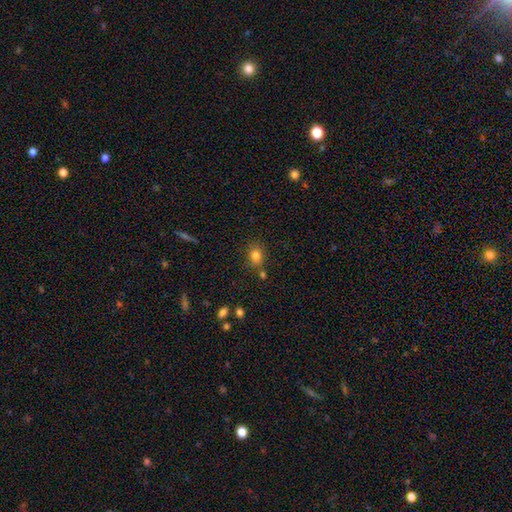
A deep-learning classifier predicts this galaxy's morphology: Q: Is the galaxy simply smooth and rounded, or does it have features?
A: smooth — 81%.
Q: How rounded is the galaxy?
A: round — 56%.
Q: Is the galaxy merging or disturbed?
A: none — 72%.